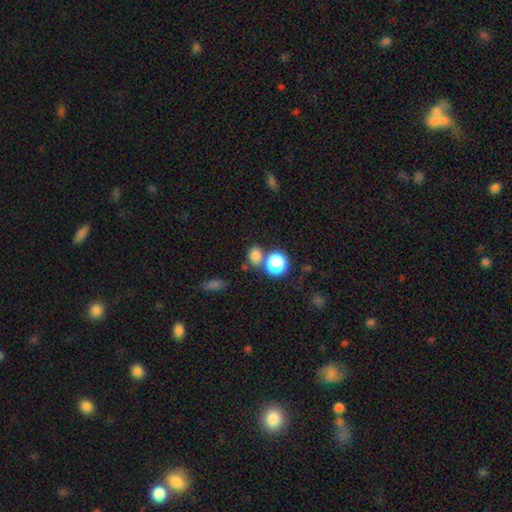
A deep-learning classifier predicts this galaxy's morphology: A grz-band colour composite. It shows a smooth galaxy with no disk features (76%) that is round (60%). Merging: none (65%).